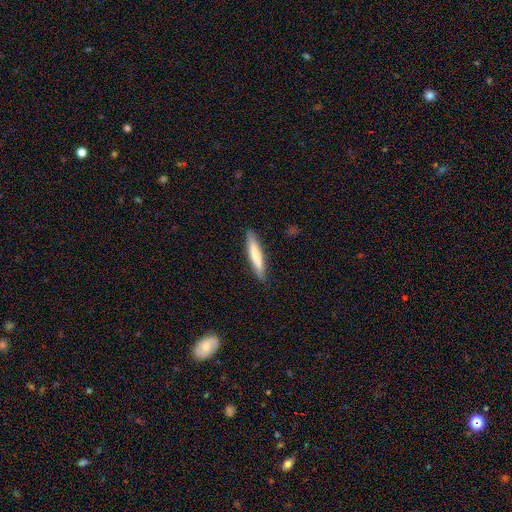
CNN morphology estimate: Smooth or featured? smooth (73%)
How rounded? cigar-shaped (90%)
Merging? none (88%)